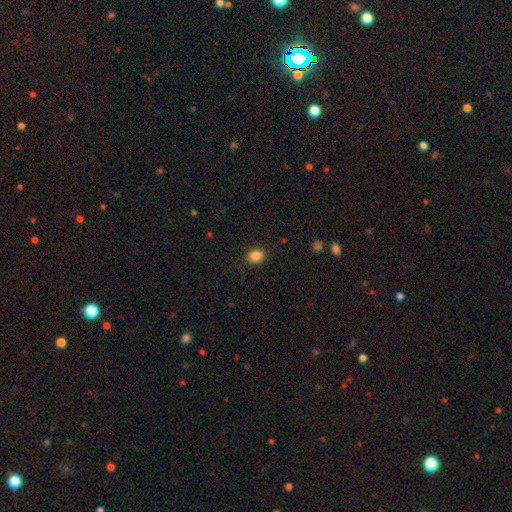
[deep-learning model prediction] This appears to be a smooth galaxy with no disk features (87%) that is round (55%). Merging: none (88%).